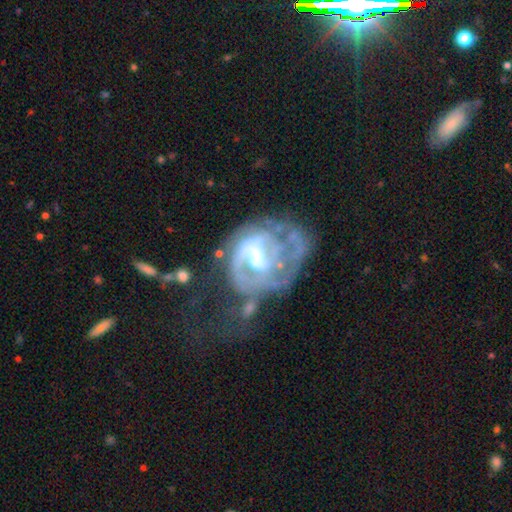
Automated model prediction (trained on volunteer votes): Smooth or featured? featured or disk (80%)
Edge-on disk? no (98%)
Bar? weak (45%)
Spiral arms? yes (71%)
Spiral winding? tight (41%)
Spiral arm count? can't tell (35%)
Bulge size? moderate (43%)
Merging? major disturbance (38%)